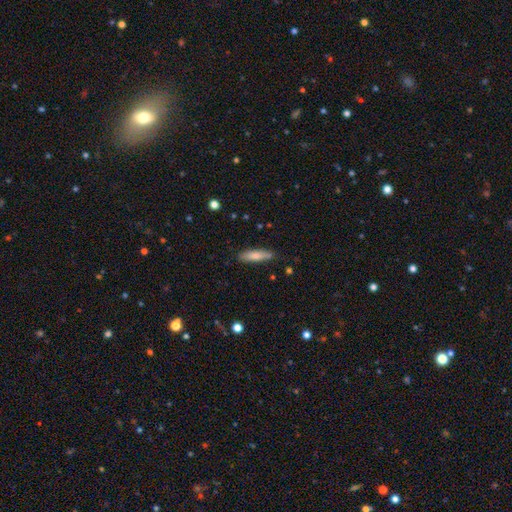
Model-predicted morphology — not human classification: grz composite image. It shows a smooth galaxy with no disk features (77%) that is cigar-shaped (71%). Merging: none (81%).